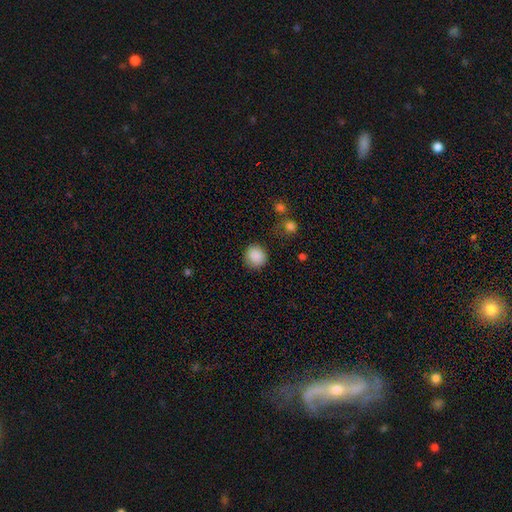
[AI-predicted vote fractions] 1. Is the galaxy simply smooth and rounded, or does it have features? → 88% smooth, 9% star or artifact, 3% featured or disk.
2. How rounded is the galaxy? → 87% round, 12% in between, 1% cigar-shaped.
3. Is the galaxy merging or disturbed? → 86% none, 9% minor disturbance, 3% major disturbance, 2% merger.